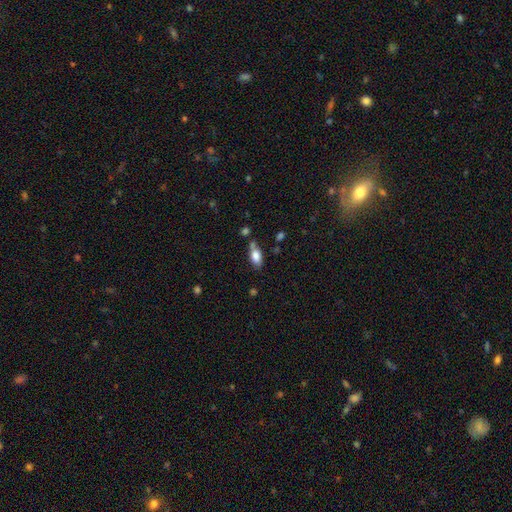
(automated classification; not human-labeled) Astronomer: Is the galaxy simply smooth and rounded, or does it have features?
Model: smooth — 80%.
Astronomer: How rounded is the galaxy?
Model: in between — 87%.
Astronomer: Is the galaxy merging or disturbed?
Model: none — 59%.